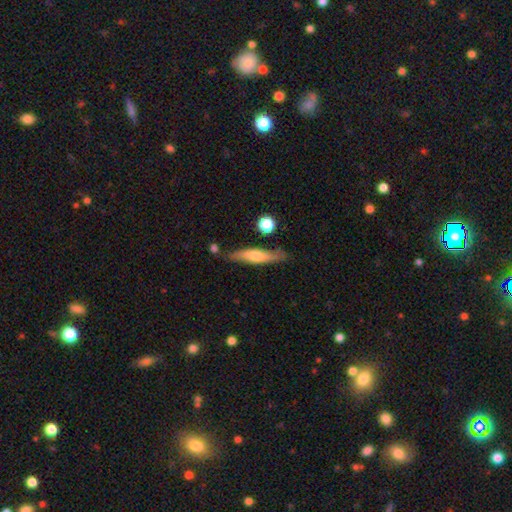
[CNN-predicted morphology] This is possibly a smooth galaxy (52%). How rounded: clearly cigar-shaped (83%). Merging: likely none (77%).